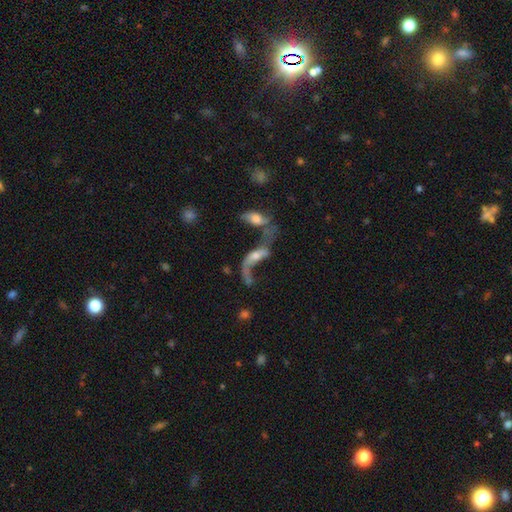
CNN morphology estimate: smooth-or-featured: featured or disk: 63% | smooth: 26% | star or artifact: 11%
  disk-edge-on: no: 83% | yes: 17%
    bar: no: 56% | weak: 30% | strong: 14%
    has-spiral-arms: yes: 68% | no: 32%
    bulge-size: moderate: 40% | small: 33% | none: 14% | large: 10% | dominant: 3%
  merging: merger: 49% | major disturbance: 26% | none: 17% | minor disturbance: 8%